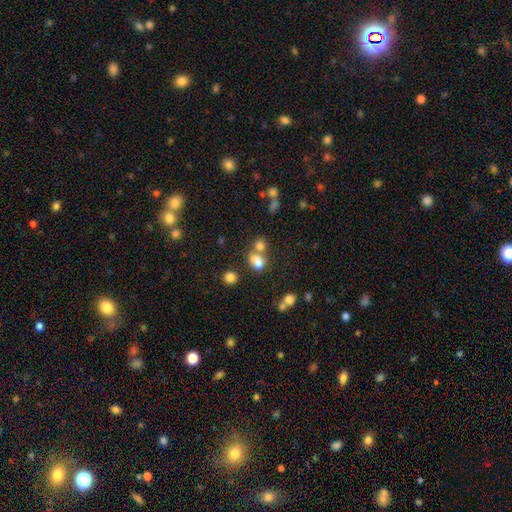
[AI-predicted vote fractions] Q: Smooth or featured?
A: smooth (62%); runner-up: star or artifact (27%)
Q: How rounded?
A: round (65%); runner-up: in between (33%)
Q: Merging?
A: none (51%); runner-up: merger (36%)